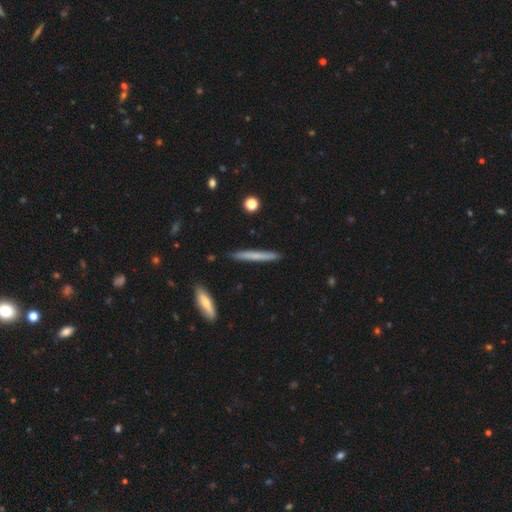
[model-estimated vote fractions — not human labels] Smooth or featured? Predicted: smooth (p=0.63). How rounded? Predicted: cigar-shaped (p=0.96). Merging? Predicted: none (p=0.90).